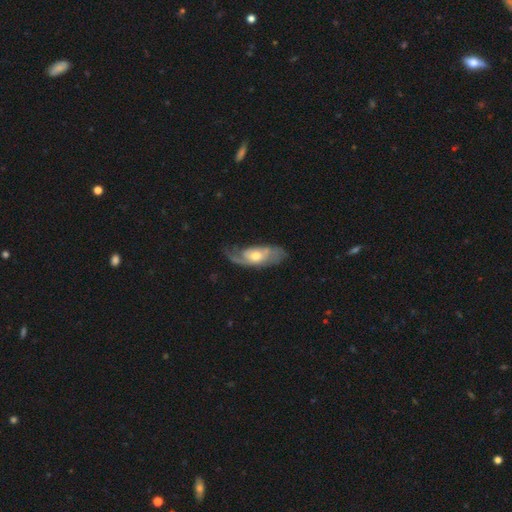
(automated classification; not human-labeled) Morphology: type=featured or disk (71%); edge-on=no (88%); bar=no (71%); spiral arms=yes (84%); winding=medium (39%); arm count=2 (44%); bulge=moderate (67%); merging=none (52%).